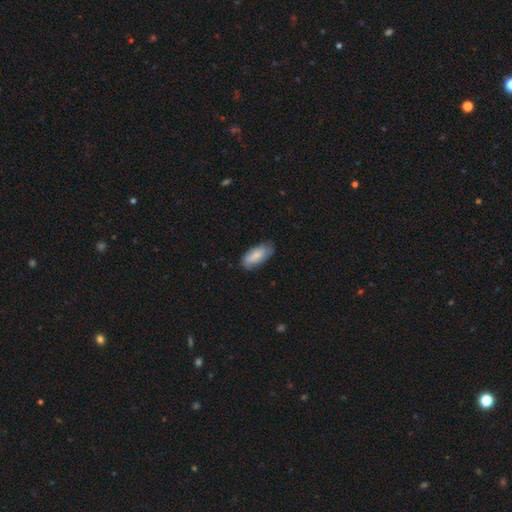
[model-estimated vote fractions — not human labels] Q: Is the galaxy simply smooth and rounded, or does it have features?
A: smooth — 79%.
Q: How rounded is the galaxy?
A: in between — 85%.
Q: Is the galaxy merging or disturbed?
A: none — 75%.